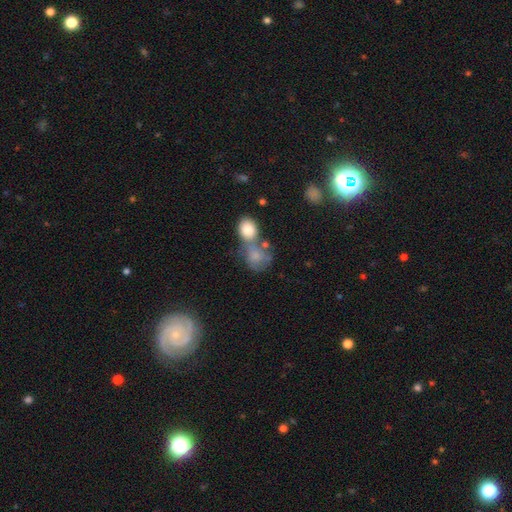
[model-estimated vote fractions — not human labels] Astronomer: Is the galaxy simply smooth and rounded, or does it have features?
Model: smooth — 71%.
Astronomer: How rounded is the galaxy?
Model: round — 60% (runner-up: in between, 38%).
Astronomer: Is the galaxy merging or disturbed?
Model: merger — 50% (runner-up: none, 25%).